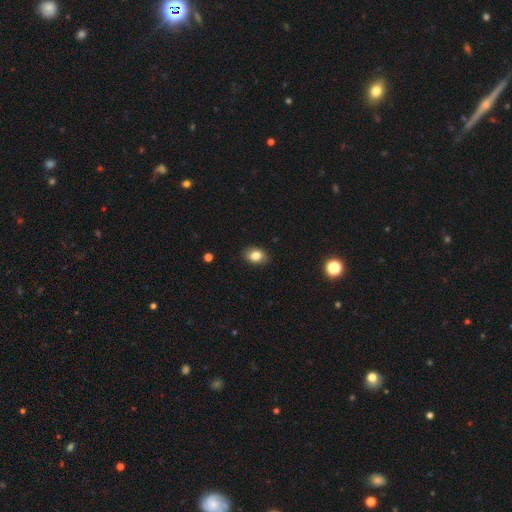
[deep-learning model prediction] smooth-or-featured: smooth: 83% | star or artifact: 9% | featured or disk: 8%
  how-rounded: in between: 72% | round: 27% | cigar-shaped: 1%
  merging: none: 87% | minor disturbance: 10% | major disturbance: 2% | merger: 1%